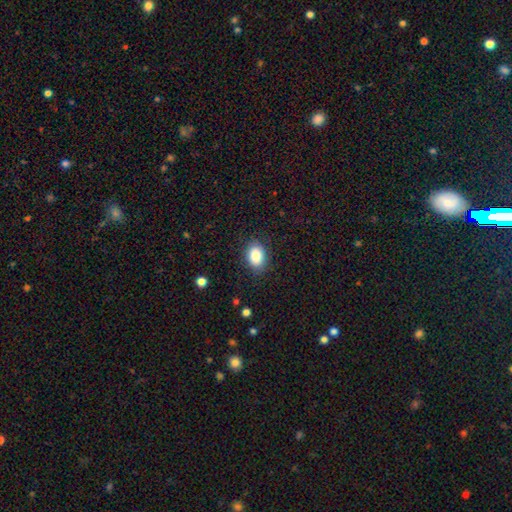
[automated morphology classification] smooth-or-featured: smooth: 87% | star or artifact: 8% | featured or disk: 5%
  how-rounded: in between: 81% | round: 18% | cigar-shaped: 1%
  merging: none: 84% | minor disturbance: 12% | major disturbance: 3% | merger: 1%